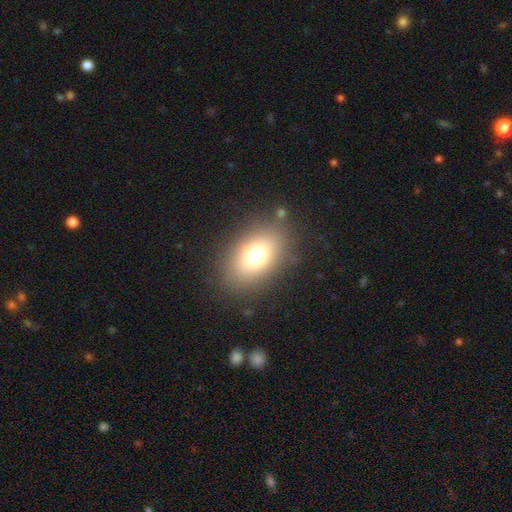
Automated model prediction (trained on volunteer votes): This is likely a smooth galaxy (72%). How rounded: likely in between (78%). Merging: clearly none (84%).